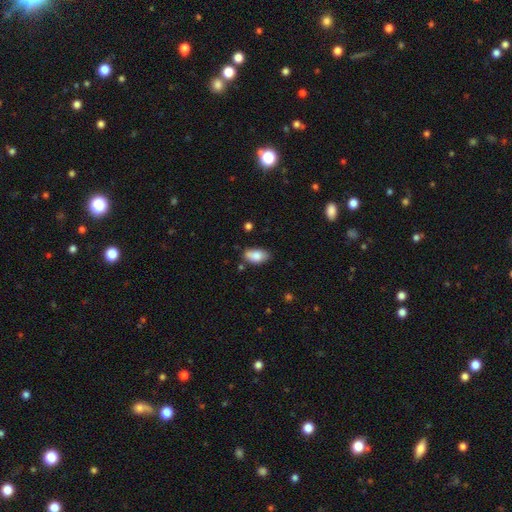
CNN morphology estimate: This appears to be a smooth galaxy with no disk features (84%) that is in between round and cigar-shaped (93%). Merging: none (69%).